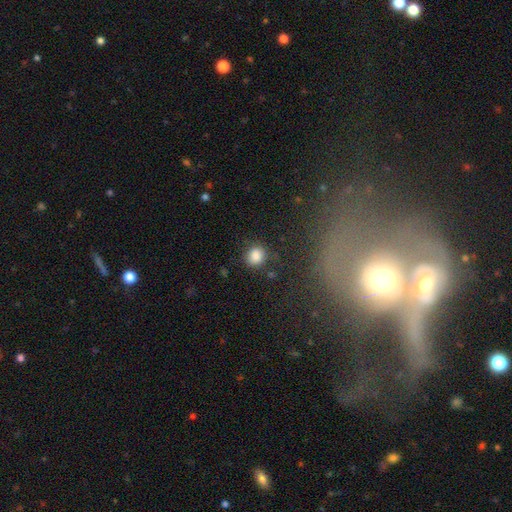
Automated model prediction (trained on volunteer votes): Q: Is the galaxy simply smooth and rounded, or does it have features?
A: smooth — 86%.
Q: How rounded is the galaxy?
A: round — 77%.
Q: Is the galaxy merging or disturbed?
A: none — 79%.